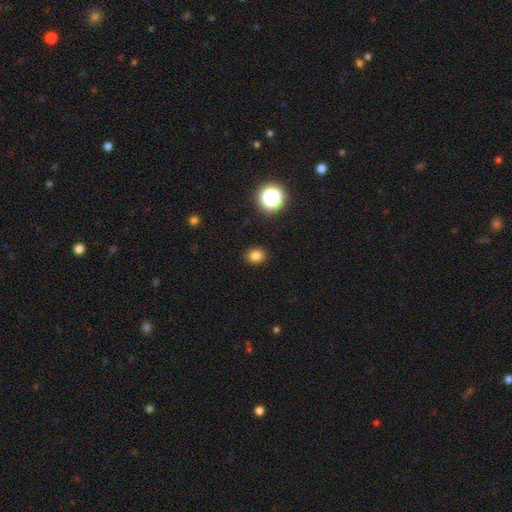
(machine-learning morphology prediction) Smooth or featured: smooth — 80% (star or artifact — 15%)
How rounded: round — 61% (in between — 38%)
Merging: none — 90% (minor disturbance — 7%)